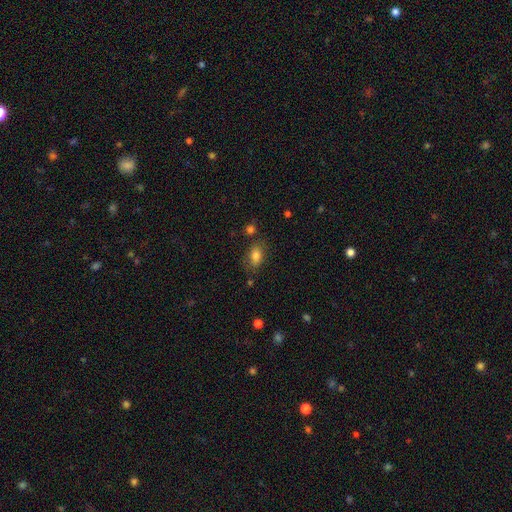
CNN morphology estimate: type=smooth (81%); roundness=in between (84%); merging=none (75%).